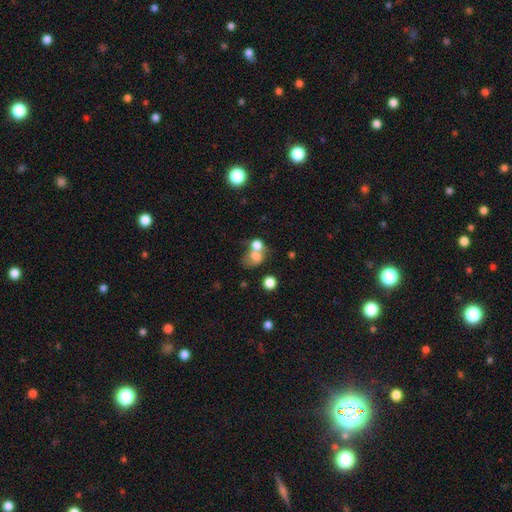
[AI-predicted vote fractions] A smooth galaxy with no disk features (68%) that is round (51%). Merging: merger (59%).